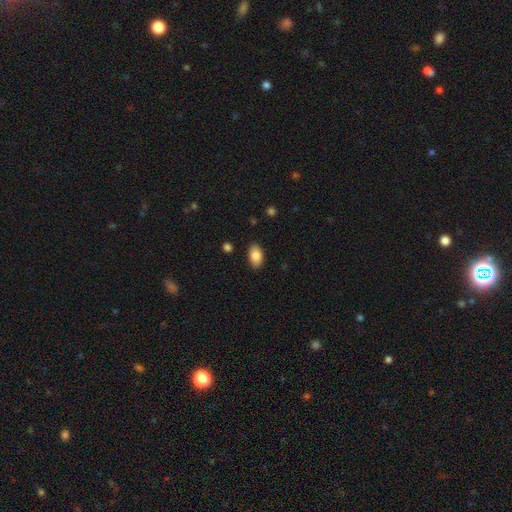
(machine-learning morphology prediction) smooth_or_featured: smooth (p=0.85) [alt: featured or disk p=0.07]
how_rounded: in between (p=0.92) [alt: round p=0.06]
merging: none (p=0.87) [alt: minor disturbance p=0.10]